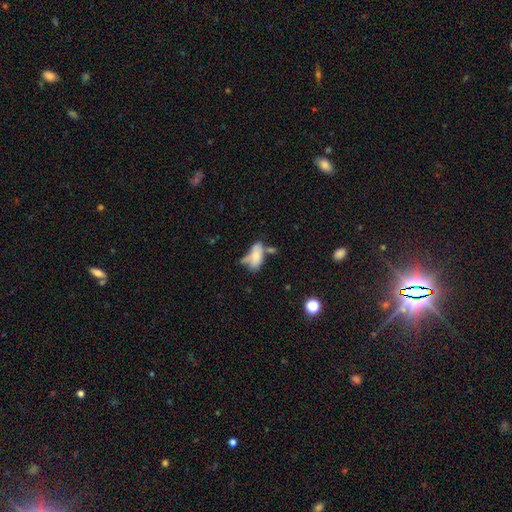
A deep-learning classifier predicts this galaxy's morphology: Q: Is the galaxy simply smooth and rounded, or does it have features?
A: smooth — 67%.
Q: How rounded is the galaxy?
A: in between — 86%.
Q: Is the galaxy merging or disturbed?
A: none — 32%.